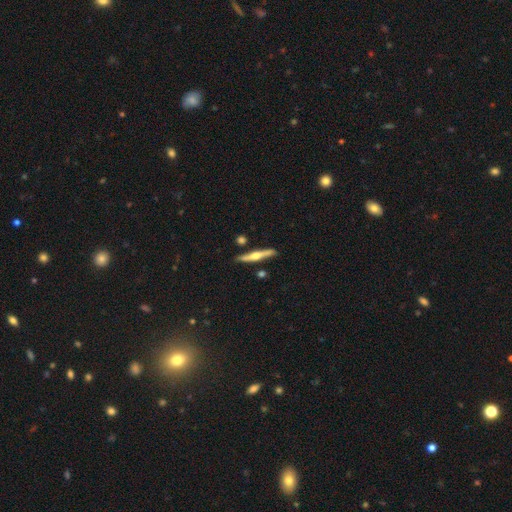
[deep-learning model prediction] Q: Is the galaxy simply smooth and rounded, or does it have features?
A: featured or disk — 64%.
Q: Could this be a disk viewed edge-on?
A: yes — 96%.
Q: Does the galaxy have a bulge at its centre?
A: rounded — 85%.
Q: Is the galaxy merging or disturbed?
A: none — 84%.